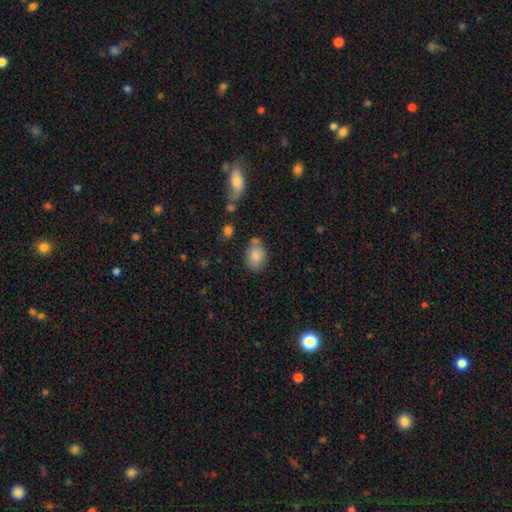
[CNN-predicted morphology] smooth 83%, featured or disk 9%, star or artifact 8%. Down the decision tree: how rounded — in between (67%); merging — none (62%).